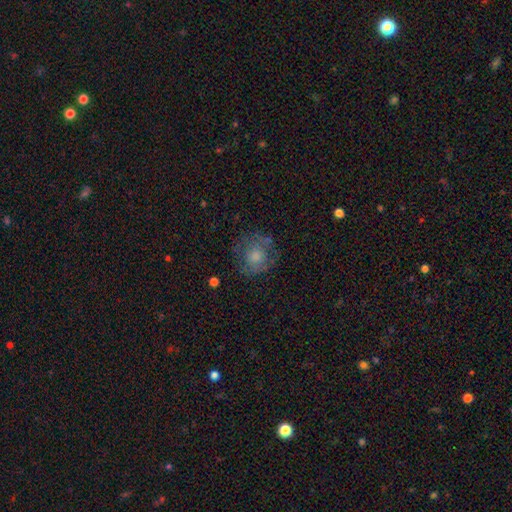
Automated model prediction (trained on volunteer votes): A smooth galaxy with no disk features (58%) that is round (85%). Merging: none (69%).